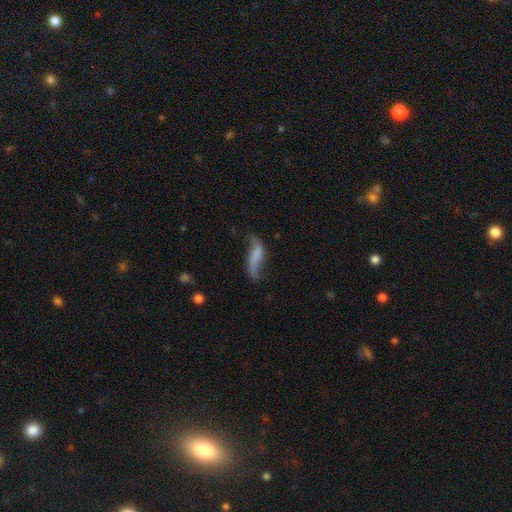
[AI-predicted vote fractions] smooth_or_featured: featured or disk (p=0.56) [alt: smooth p=0.35]
disk_edge_on: no (p=0.88) [alt: yes p=0.12]
merging: none (p=0.49) [alt: minor disturbance p=0.27]